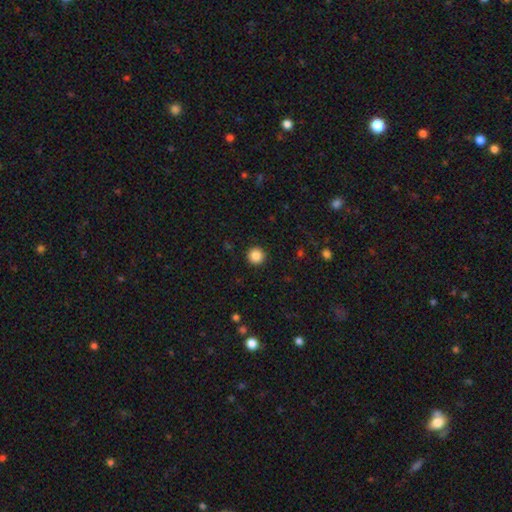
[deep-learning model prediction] smooth-or-featured: smooth: 86% | star or artifact: 10% | featured or disk: 4%
  how-rounded: round: 96% | in between: 3% | cigar-shaped: 1%
  merging: none: 93% | minor disturbance: 4% | major disturbance: 2% | merger: 1%